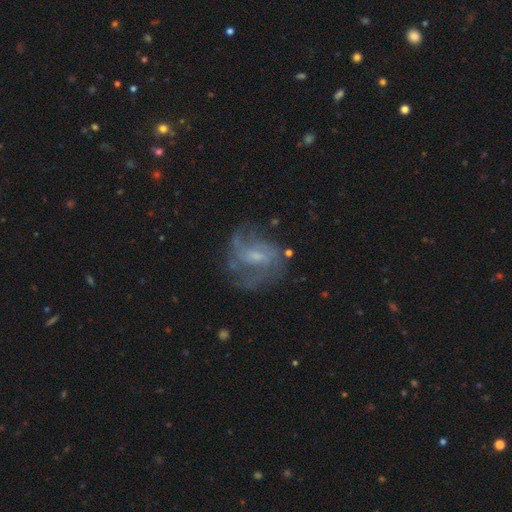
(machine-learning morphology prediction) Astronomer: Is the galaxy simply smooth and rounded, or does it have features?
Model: featured or disk — 74%.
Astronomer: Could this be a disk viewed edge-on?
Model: no — 97%.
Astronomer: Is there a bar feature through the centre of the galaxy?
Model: weak — 49% (runner-up: no, 39%).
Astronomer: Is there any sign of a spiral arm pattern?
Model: yes — 81%.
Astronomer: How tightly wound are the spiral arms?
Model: medium — 46% (runner-up: loose, 31%).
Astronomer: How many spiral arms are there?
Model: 2 — 32%, tied with can't tell at 32%.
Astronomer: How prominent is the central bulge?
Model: small — 46% (runner-up: moderate, 32%).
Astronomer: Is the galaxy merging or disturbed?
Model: none — 57%.